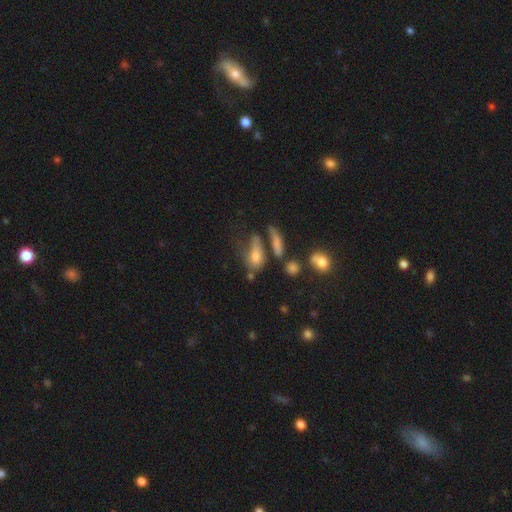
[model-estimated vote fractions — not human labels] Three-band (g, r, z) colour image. It shows a smooth galaxy with no disk features (66%) that is in between round and cigar-shaped (69%). Merging: none (32%).